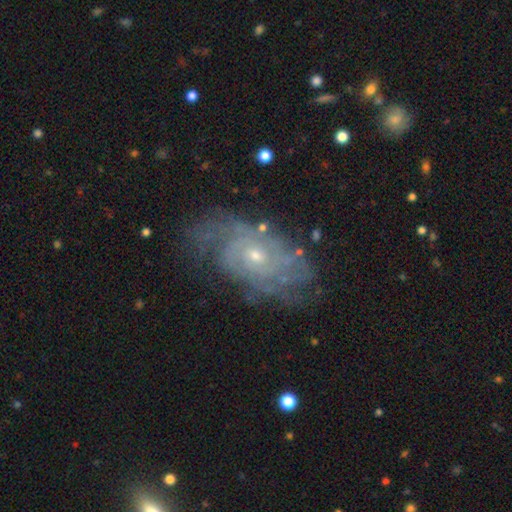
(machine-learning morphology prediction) smooth-or-featured: featured or disk: 83% | smooth: 9% | star or artifact: 8%
  disk-edge-on: no: 95% | yes: 5%
    bar: no: 77% | weak: 19% | strong: 3%
    has-spiral-arms: yes: 93% | no: 7%
      spiral-winding: tight: 66% | medium: 26% | loose: 8%
      spiral-arm-count: can't tell: 45% | 2: 18% | 3: 12% | 4: 11% | more than 4: 8% | 1: 6%
    bulge-size: small: 67% | moderate: 30% | none: 1% | large: 1% | dominant: 1%
  merging: none: 70% | minor disturbance: 19% | major disturbance: 9% | merger: 2%